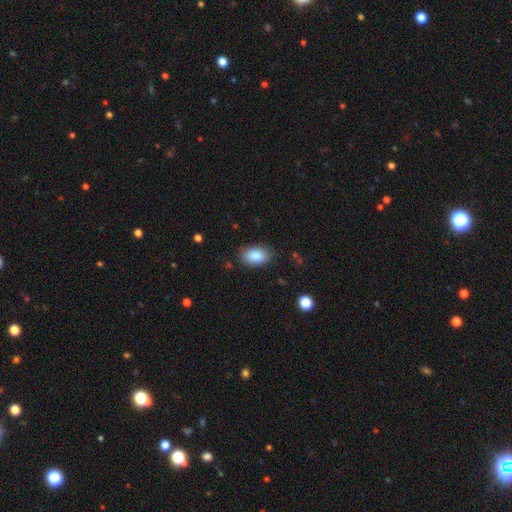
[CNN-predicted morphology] Smooth or featured: smooth — 85% (featured or disk — 7%)
How rounded: in between — 90% (round — 9%)
Merging: none — 83% (minor disturbance — 12%)